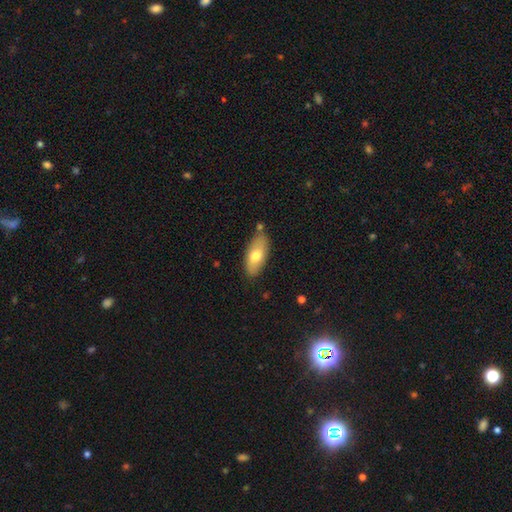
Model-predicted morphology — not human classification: Smooth or featured?
  - smooth: 69% *
  - featured or disk: 25%
  - star or artifact: 6%
How rounded?
  - in between: 88% *
  - cigar-shaped: 9%
  - round: 3%
Merging?
  - none: 78% *
  - minor disturbance: 14%
  - merger: 5%
  - major disturbance: 3%